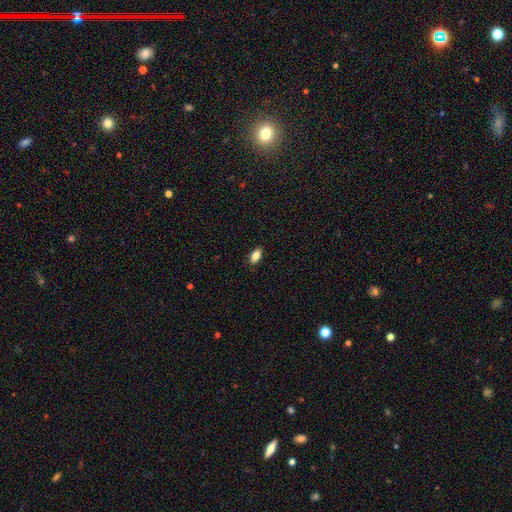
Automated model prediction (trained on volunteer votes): smooth 80%, featured or disk 12%, star or artifact 8%. Down the decision tree: how rounded — in between (87%); merging — none (88%).